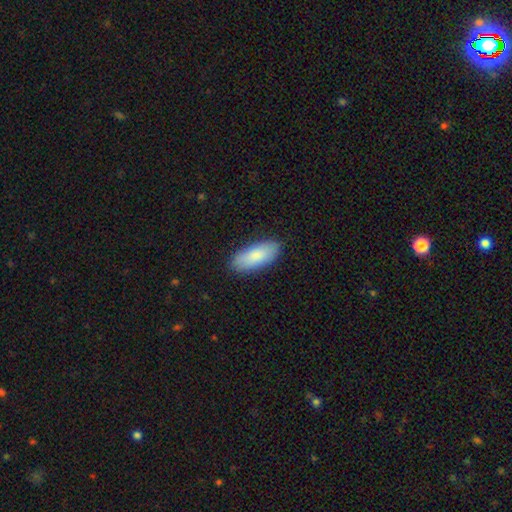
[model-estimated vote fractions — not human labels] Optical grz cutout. It shows a smooth galaxy with no disk features (86%) that is in between round and cigar-shaped (84%). Merging: none (88%).